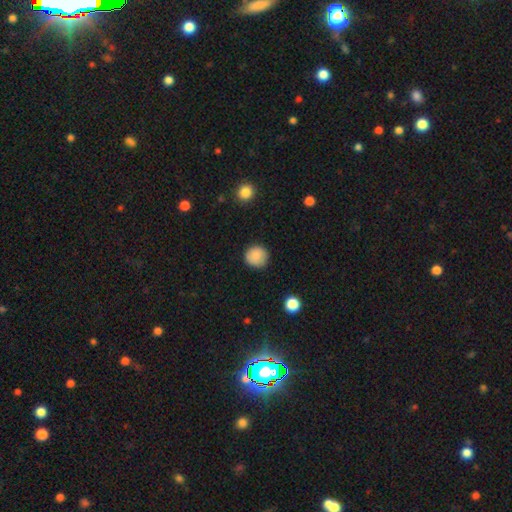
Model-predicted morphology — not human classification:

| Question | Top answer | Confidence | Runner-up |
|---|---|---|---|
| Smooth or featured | smooth | 87% | star or artifact (8%) |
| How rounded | round | 93% | in between (6%) |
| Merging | none | 87% | minor disturbance (10%) |